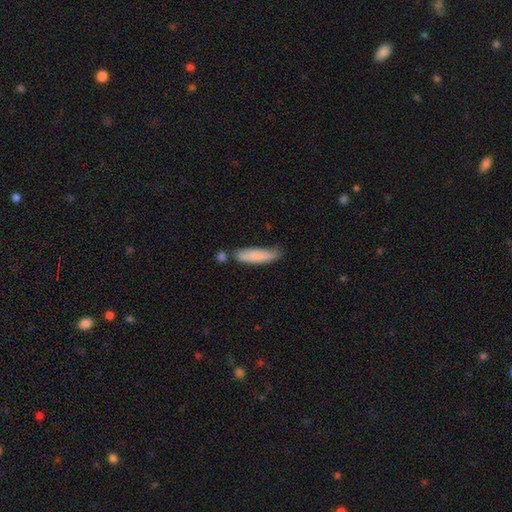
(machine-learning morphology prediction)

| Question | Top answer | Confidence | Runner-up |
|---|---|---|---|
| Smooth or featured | smooth | 83% | featured or disk (11%) |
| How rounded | cigar-shaped | 72% | in between (27%) |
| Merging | none | 63% | minor disturbance (21%) |